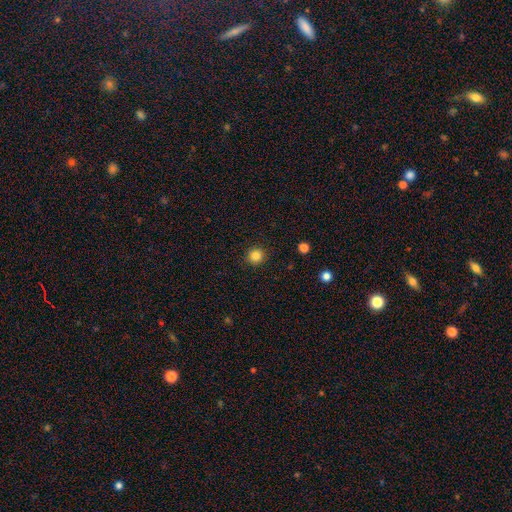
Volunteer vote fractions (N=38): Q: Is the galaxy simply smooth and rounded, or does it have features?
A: smooth — 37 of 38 (97%).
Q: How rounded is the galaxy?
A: round — 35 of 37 (95%).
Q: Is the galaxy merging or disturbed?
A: none — 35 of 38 (92%).